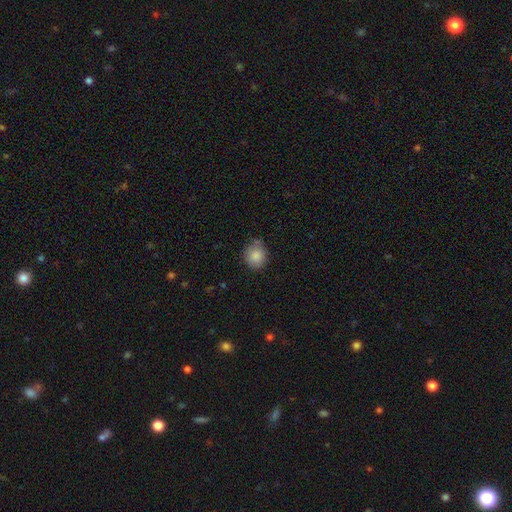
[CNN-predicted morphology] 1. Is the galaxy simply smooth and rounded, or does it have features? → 86% smooth, 9% star or artifact, 5% featured or disk.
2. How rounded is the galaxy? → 78% round, 21% in between, 1% cigar-shaped.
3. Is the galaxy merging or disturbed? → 74% none, 18% minor disturbance, 4% merger, 3% major disturbance.